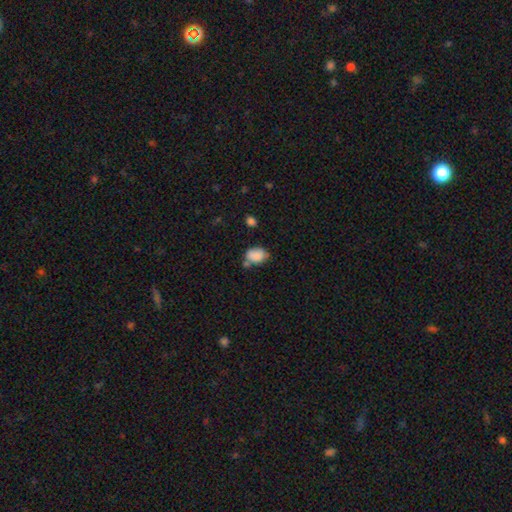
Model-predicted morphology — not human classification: This is clearly a smooth galaxy (84%). How rounded: likely in between (73%). Merging: possibly none (53%).